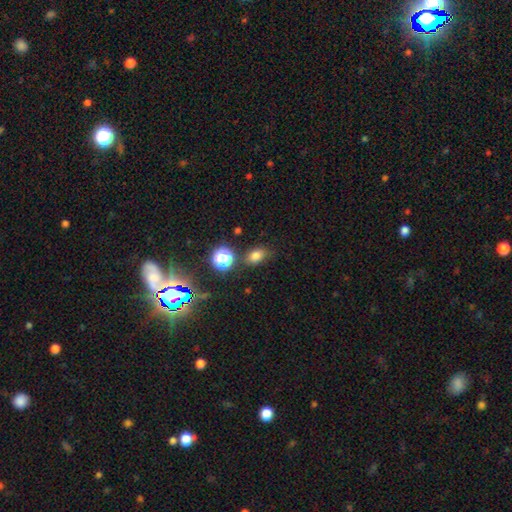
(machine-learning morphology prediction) Smooth or featured? Predicted: smooth (p=0.74). How rounded? Predicted: in between (p=0.73). Merging? Predicted: none (p=0.76).